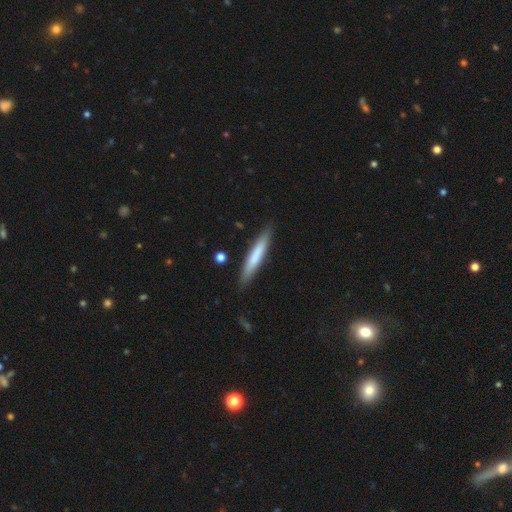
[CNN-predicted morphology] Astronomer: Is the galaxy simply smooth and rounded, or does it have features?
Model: smooth — 69%.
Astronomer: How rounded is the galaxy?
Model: cigar-shaped — 92%.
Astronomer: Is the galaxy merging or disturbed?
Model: none — 87%.